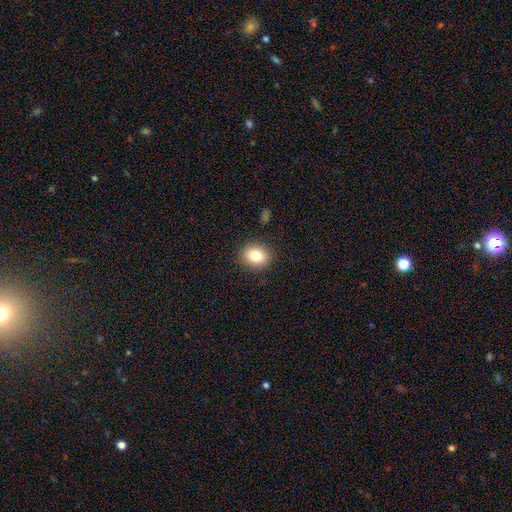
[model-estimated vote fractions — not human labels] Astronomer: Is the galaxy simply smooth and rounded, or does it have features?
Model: smooth — 80%.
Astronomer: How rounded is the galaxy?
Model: round — 65%.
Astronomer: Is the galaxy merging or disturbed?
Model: none — 89%.